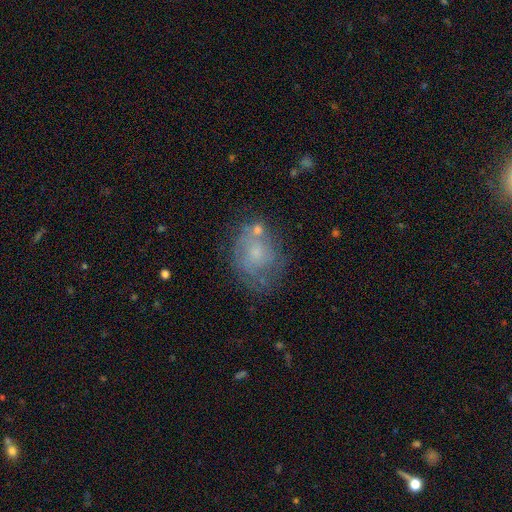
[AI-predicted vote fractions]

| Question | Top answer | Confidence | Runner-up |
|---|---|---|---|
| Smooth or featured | featured or disk | 54% | smooth (36%) |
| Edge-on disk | no | 97% | yes (3%) |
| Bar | no | 79% | weak (18%) |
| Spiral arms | yes | 64% | no (36%) |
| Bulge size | small | 51% | moderate (28%) |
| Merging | none | 50% | minor disturbance (24%) |